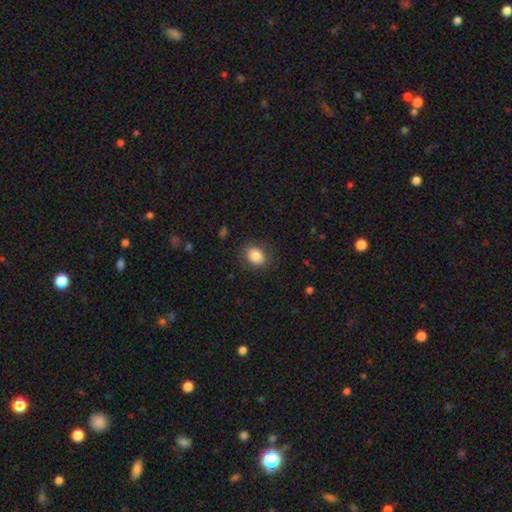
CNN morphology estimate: smooth 84%, star or artifact 9%, featured or disk 8%. Down the decision tree: how rounded — in between (52%); merging — none (82%).